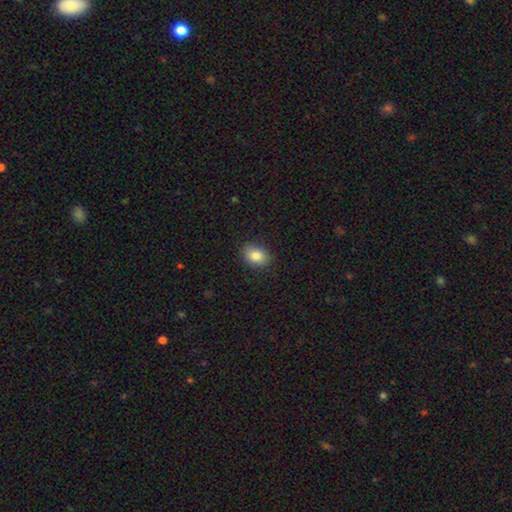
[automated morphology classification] The model was most divided on "how rounded": in between: 79%, round: 19%, cigar-shaped: 1%. More confident: merging — none (87%); smooth or featured — smooth (86%).